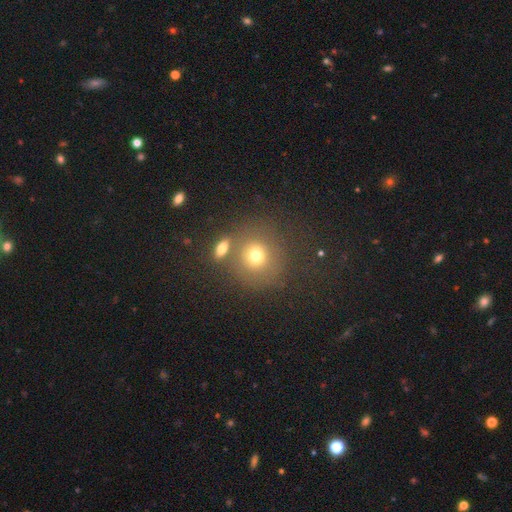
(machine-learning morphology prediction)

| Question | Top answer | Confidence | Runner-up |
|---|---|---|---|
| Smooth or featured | smooth | 72% | featured or disk (14%) |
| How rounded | round | 85% | in between (13%) |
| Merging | none | 63% | merger (19%) |